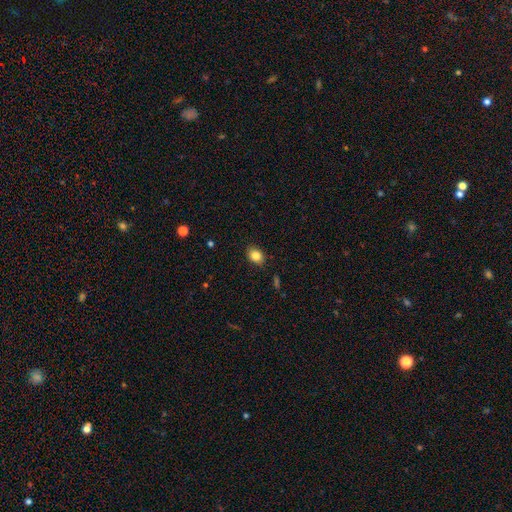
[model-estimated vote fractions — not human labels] This is clearly a smooth galaxy (84%). How rounded: likely in between (68%). Merging: clearly none (87%).